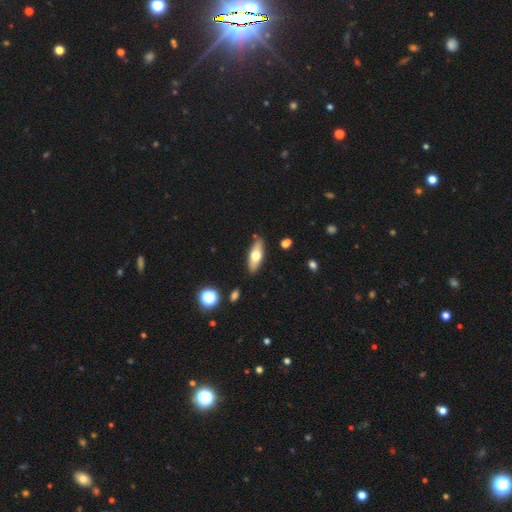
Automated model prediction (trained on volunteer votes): A smooth galaxy with no disk features (59%) that is in between round and cigar-shaped (62%).

Vote fractions:
- Smooth or featured? smooth: 59% / featured or disk: 34% / star or artifact: 6%
- How rounded? in between: 62% / cigar-shaped: 35% / round: 3%
- Merging? none: 85% / minor disturbance: 10% / merger: 2% / major disturbance: 2%